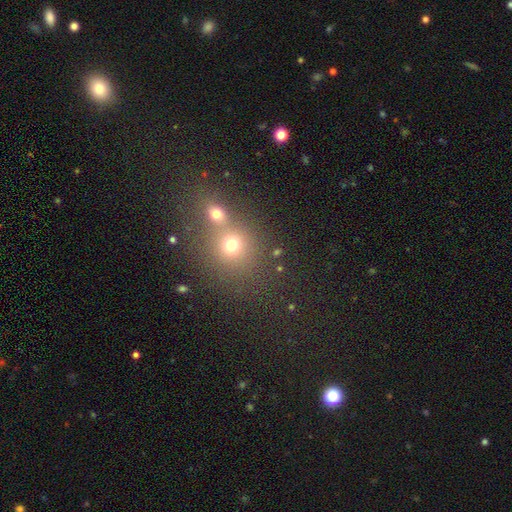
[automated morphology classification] This appears to be a smooth galaxy with no disk features (50%) that is round (76%). Merging: none (56%).